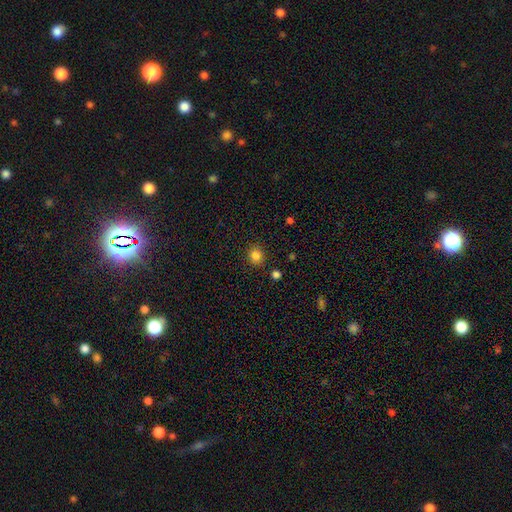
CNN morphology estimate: smooth_or_featured: smooth (p=0.84) [alt: star or artifact p=0.12]
how_rounded: round (p=0.81) [alt: in between p=0.18]
merging: none (p=0.87) [alt: minor disturbance p=0.08]